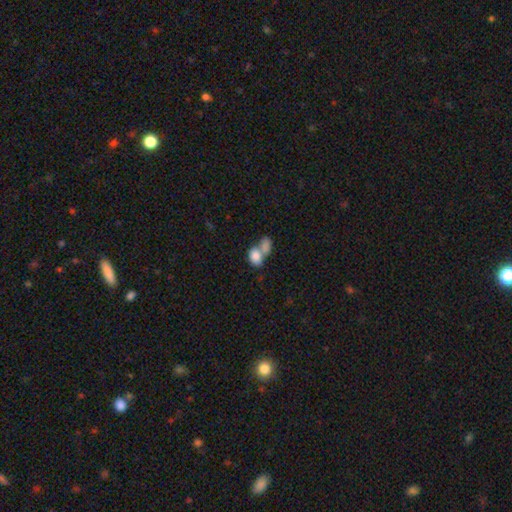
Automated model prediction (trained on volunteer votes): A smooth galaxy with no disk features (81%) that is in between round and cigar-shaped (80%). Merging: merger (69%).